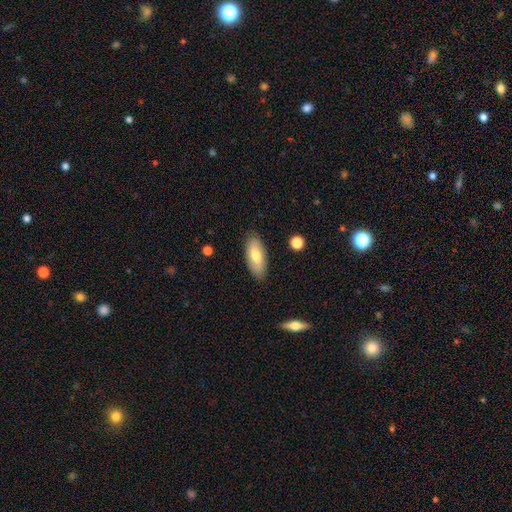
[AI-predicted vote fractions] The model was most divided on "smooth or featured": smooth: 69%, featured or disk: 25%, star or artifact: 6%. More confident: how rounded — in between (87%); merging — none (84%).